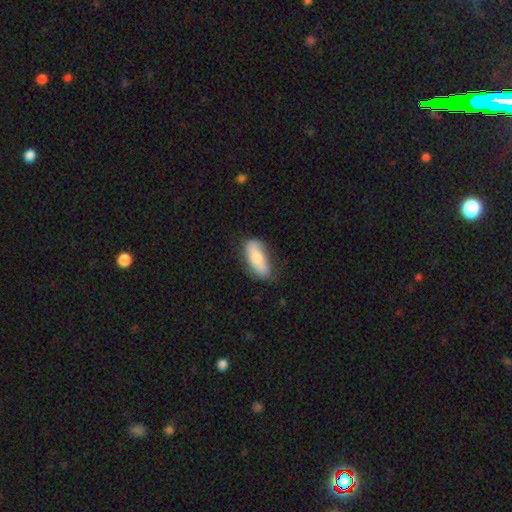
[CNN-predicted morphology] Smooth or featured?
  - smooth: 74% *
  - featured or disk: 19%
  - star or artifact: 6%
How rounded?
  - in between: 75% *
  - cigar-shaped: 22%
  - round: 2%
Merging?
  - none: 66% *
  - minor disturbance: 26%
  - major disturbance: 6%
  - merger: 2%